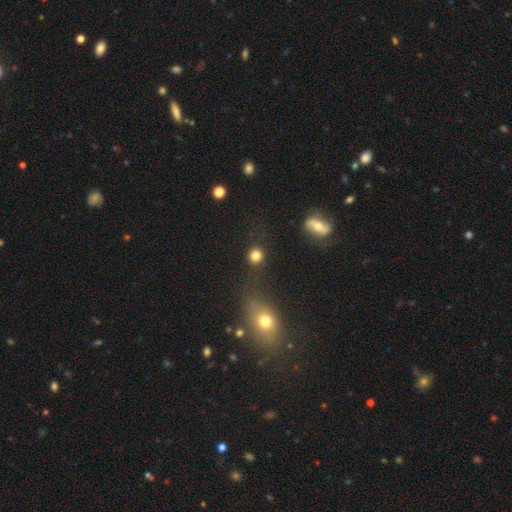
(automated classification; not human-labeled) Smooth or featured? smooth (83%)
How rounded? round (89%)
Merging? none (81%)